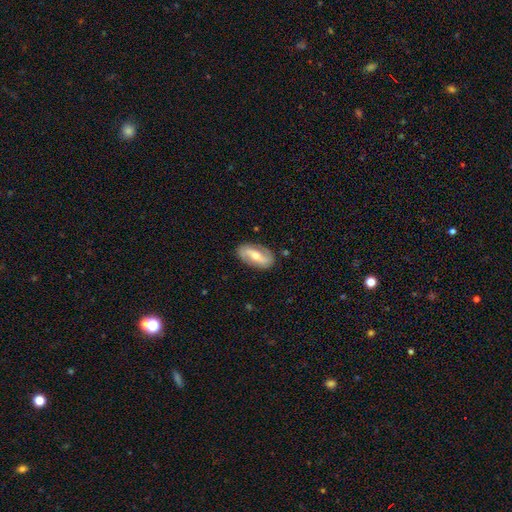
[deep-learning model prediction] Morphology: type=featured or disk (67%); edge-on=no (90%); bar=strong (43%); spiral arms=yes (78%); bulge=moderate (60%); merging=none (84%).